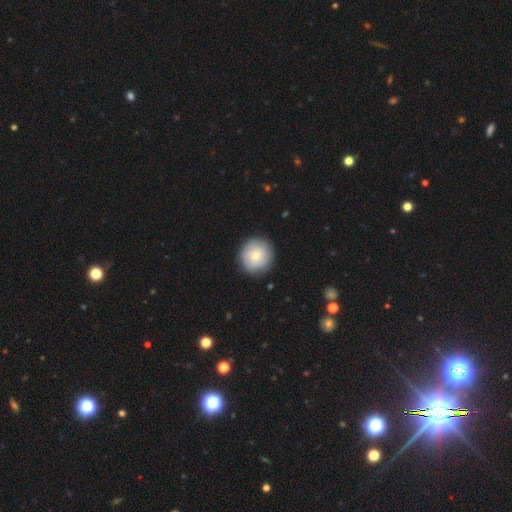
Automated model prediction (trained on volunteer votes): Smooth or featured: smooth — 66% (featured or disk — 27%)
How rounded: round — 91% (in between — 8%)
Merging: none — 86% (minor disturbance — 10%)